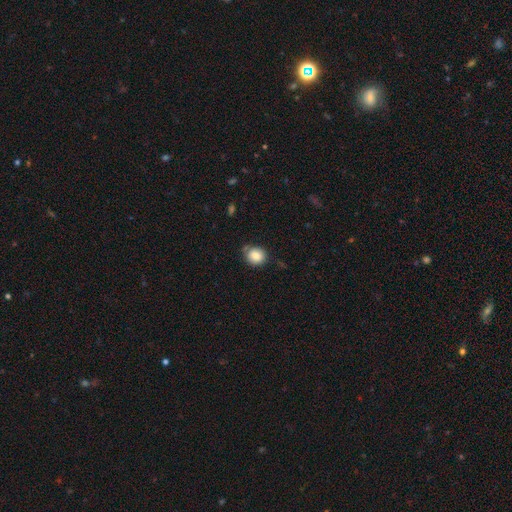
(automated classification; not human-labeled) Smooth or featured: smooth — 84% (star or artifact — 9%)
How rounded: round — 81% (in between — 18%)
Merging: none — 69% (minor disturbance — 23%)